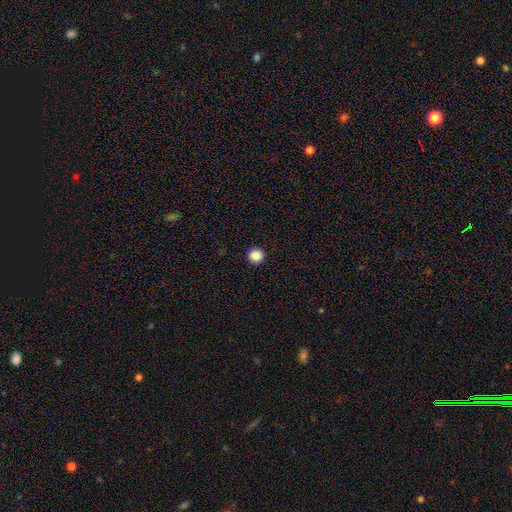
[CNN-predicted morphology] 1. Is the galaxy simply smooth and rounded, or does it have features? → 88% smooth, 10% star or artifact, 2% featured or disk.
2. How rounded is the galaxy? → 96% round, 3% in between, 1% cigar-shaped.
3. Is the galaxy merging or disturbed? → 94% none, 4% minor disturbance, 1% major disturbance, 1% merger.